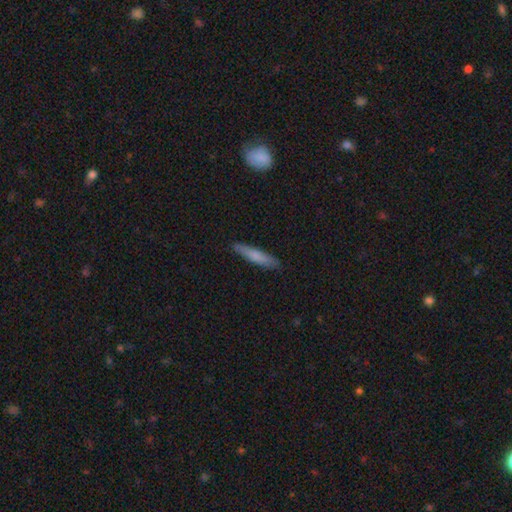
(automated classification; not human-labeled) Q: Smooth or featured?
A: smooth (72%); runner-up: featured or disk (22%)
Q: How rounded?
A: cigar-shaped (88%); runner-up: in between (10%)
Q: Merging?
A: none (87%); runner-up: minor disturbance (10%)